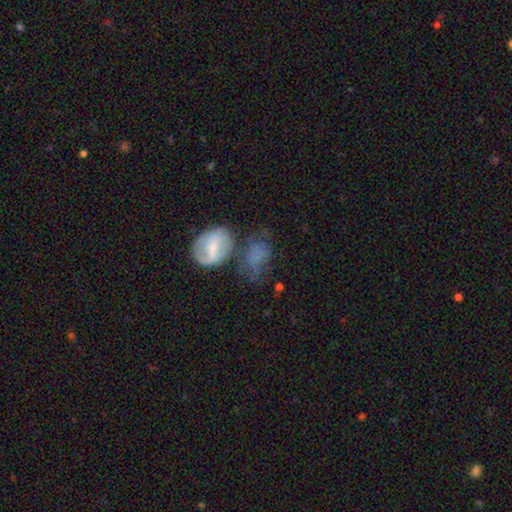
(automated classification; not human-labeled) smooth_or_featured: smooth (p=0.53) [alt: featured or disk p=0.35]
how_rounded: in between (p=0.65) [alt: round p=0.32]
merging: none (p=0.36) [alt: merger p=0.26]